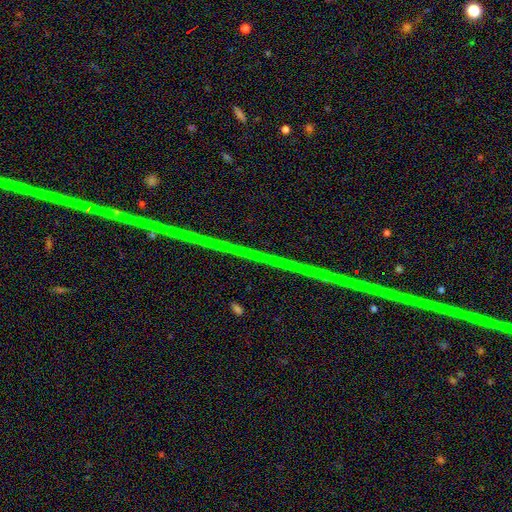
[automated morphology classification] A star or artifact, not a galaxy (76%).

Vote fractions:
- Smooth or featured? star or artifact: 76% / featured or disk: 16% / smooth: 8%